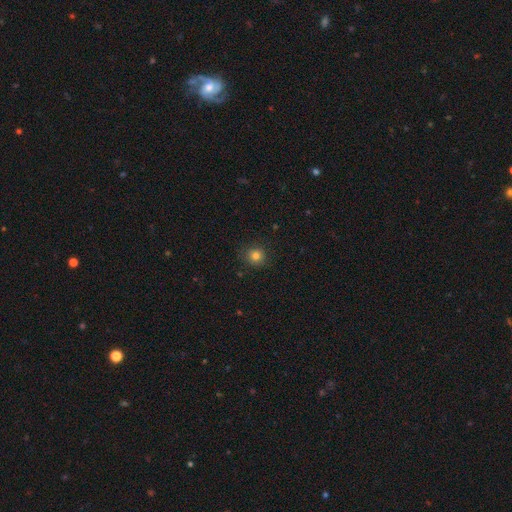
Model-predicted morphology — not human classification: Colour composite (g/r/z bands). It shows a smooth galaxy with no disk features (79%) that is round (91%). Merging: none (88%).